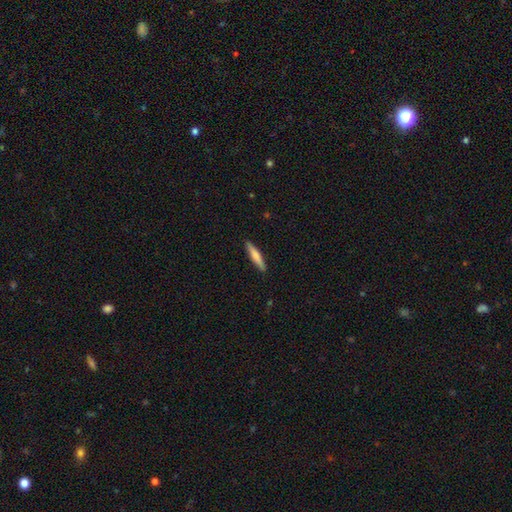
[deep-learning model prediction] smooth_or_featured: smooth (p=0.68) [alt: featured or disk p=0.27]
how_rounded: cigar-shaped (p=0.90) [alt: in between p=0.08]
merging: none (p=0.91) [alt: minor disturbance p=0.07]